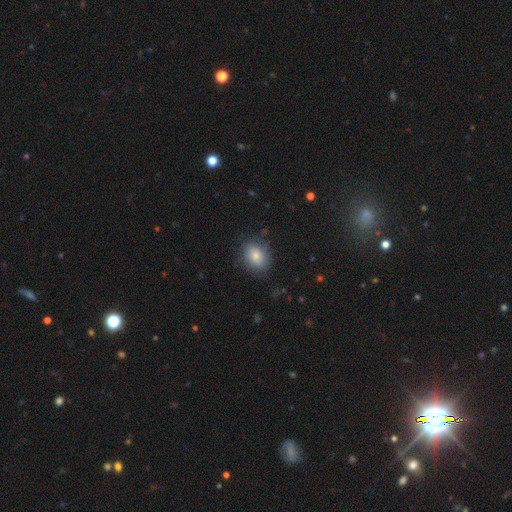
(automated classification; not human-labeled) smooth_or_featured: smooth (p=0.79) [alt: featured or disk p=0.13]
how_rounded: in between (p=0.60) [alt: round p=0.39]
merging: none (p=0.75) [alt: minor disturbance p=0.18]